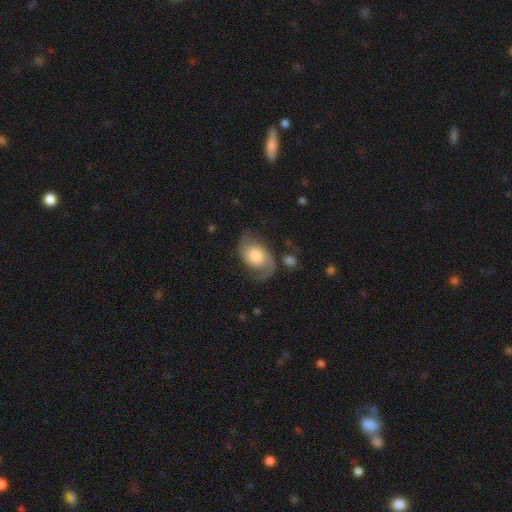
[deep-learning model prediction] This is likely a featured or disk galaxy (75%). It is clearly not viewed edge-on (97%). Bar: likely no (73%). Spiral arm pattern: clearly yes (93%). Spiral arm count: likely 2 (78%). Spiral winding: marginally medium (43%). Central bulge: possibly moderate (54%). Merging: possibly none (59%).